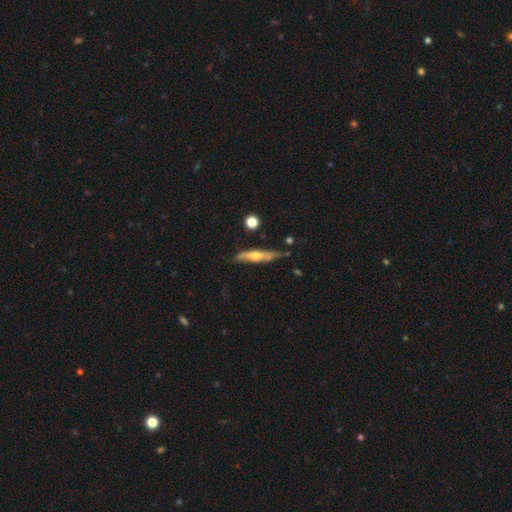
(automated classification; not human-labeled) smooth-or-featured: featured or disk: 52% | smooth: 42% | star or artifact: 7%
  disk-edge-on: yes: 84% | no: 16%
  merging: none: 66% | minor disturbance: 25% | major disturbance: 6% | merger: 4%